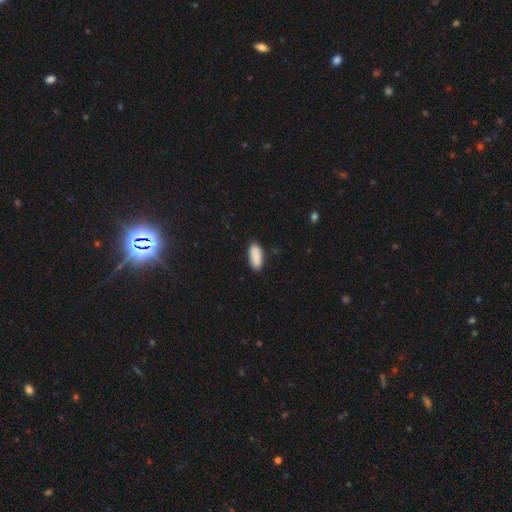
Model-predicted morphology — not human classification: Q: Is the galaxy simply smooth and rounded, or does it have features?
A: smooth — 89%.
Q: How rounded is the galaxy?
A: in between — 88%.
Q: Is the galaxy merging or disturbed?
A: none — 84%.